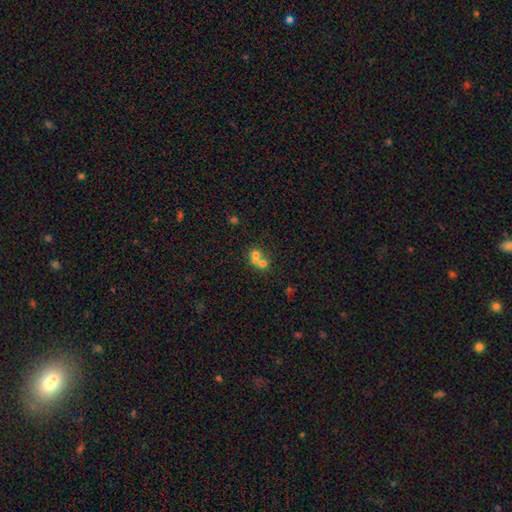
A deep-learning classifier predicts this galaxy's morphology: This is likely a smooth galaxy (62%). How rounded: likely round (79%). Merging: likely merger (64%).